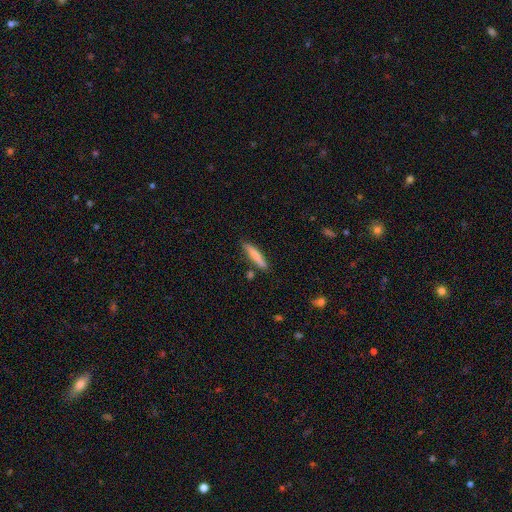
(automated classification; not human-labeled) A smooth galaxy with no disk features (72%) that is cigar-shaped (88%).

Vote fractions:
- Smooth or featured? smooth: 72% / featured or disk: 22% / star or artifact: 6%
- How rounded? cigar-shaped: 88% / in between: 10% / round: 2%
- Merging? none: 81% / minor disturbance: 12% / merger: 4% / major disturbance: 2%